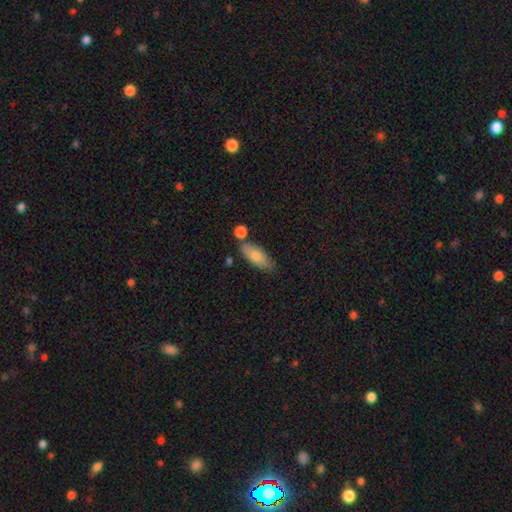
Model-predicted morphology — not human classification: Overall: smooth (77%). How rounded: in between (79%). Merging: none (64%).